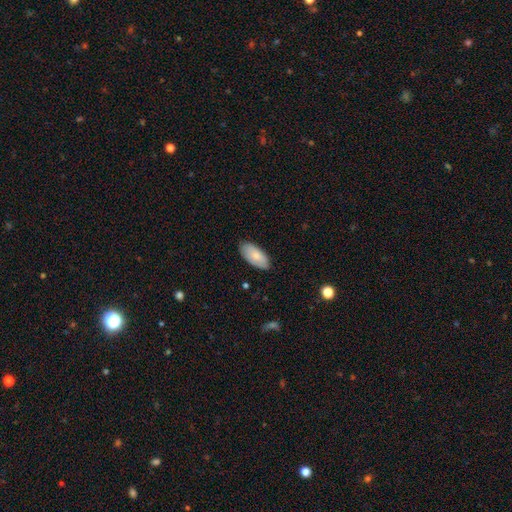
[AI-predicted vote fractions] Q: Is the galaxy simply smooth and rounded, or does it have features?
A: smooth — 79%.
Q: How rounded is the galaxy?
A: in between — 93%.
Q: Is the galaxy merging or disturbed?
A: none — 81%.